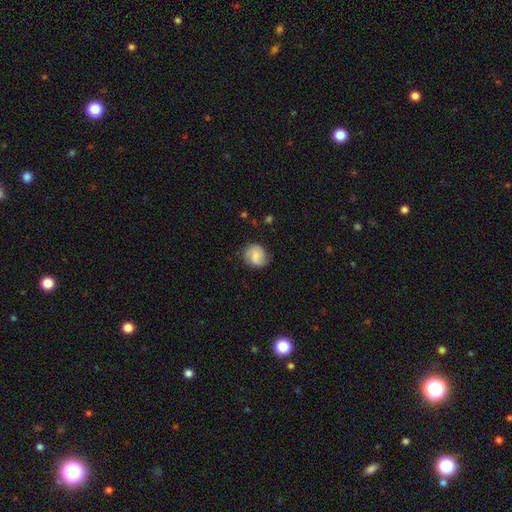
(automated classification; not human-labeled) A smooth galaxy with no disk features (49%).

Vote fractions:
- Smooth or featured? smooth: 49% / featured or disk: 43% / star or artifact: 8%
- Merging? none: 76% / minor disturbance: 17% / major disturbance: 5% / merger: 1%